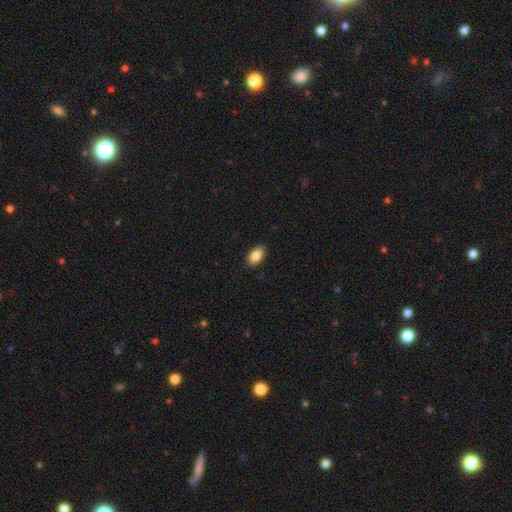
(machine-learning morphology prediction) Smooth or featured?
  - smooth: 87% *
  - star or artifact: 7%
  - featured or disk: 6%
How rounded?
  - in between: 93% *
  - round: 4%
  - cigar-shaped: 3%
Merging?
  - none: 89% *
  - minor disturbance: 8%
  - major disturbance: 2%
  - merger: 1%